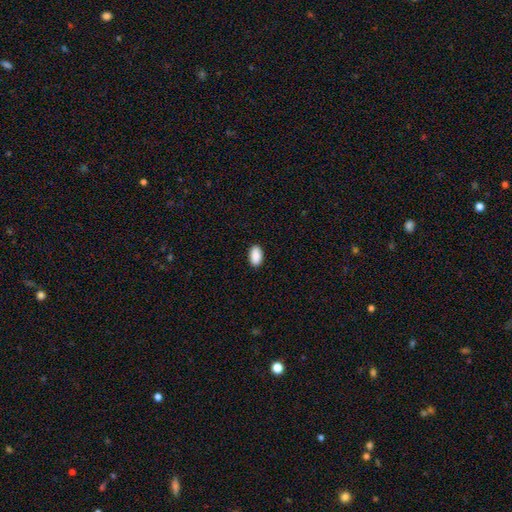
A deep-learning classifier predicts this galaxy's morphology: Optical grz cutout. It shows a smooth galaxy with no disk features (91%) that is in between round and cigar-shaped (94%). Merging: none (90%).